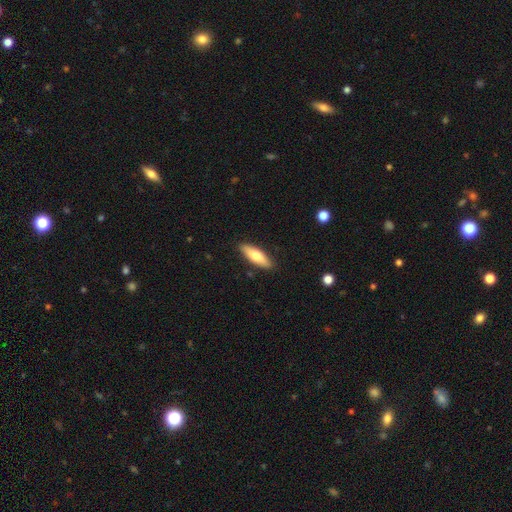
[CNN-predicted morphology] Overall: smooth (70%). How rounded: cigar-shaped (51%; in between 48%). Merging: none (88%).